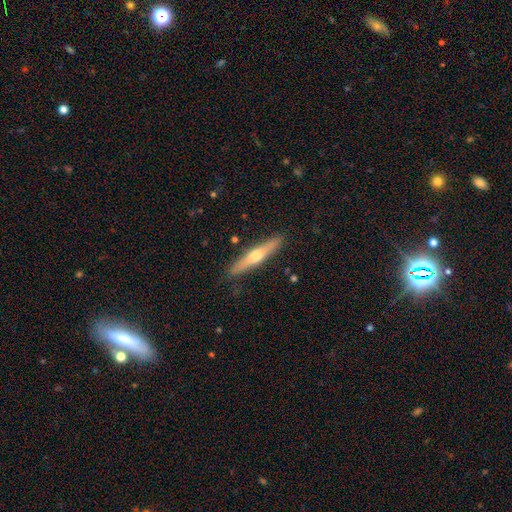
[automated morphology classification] Smooth or featured? Predicted: featured or disk (p=0.59). Edge-on disk? Predicted: yes (p=0.95). Edge-on bulge? Predicted: rounded (p=0.90). Merging? Predicted: none (p=0.89).